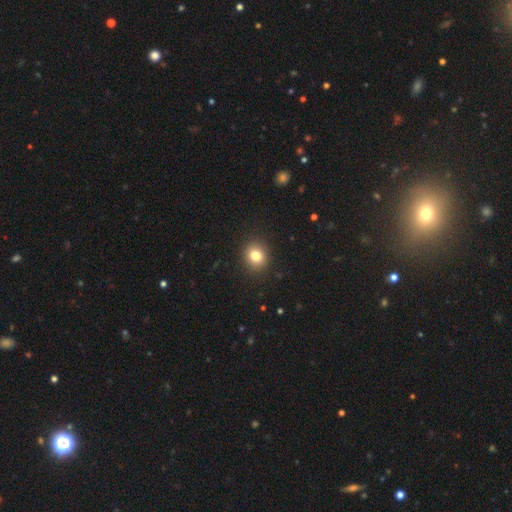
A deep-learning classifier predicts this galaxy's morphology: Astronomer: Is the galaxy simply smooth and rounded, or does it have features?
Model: smooth — 81%.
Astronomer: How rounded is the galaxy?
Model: round — 74%.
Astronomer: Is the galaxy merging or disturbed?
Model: none — 91%.